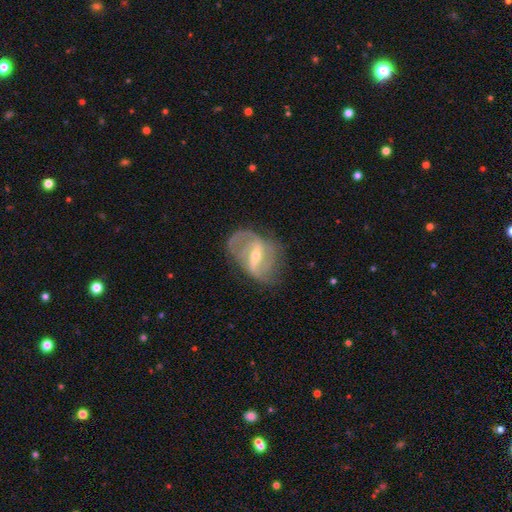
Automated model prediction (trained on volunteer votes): featured or disk 84%, smooth 9%, star or artifact 6%. Down the decision tree: edge-on disk — no (96%); bar — strong (46%); spiral arms — yes (90%); spiral arm count — 2 (68%); spiral winding — loose (44%); bulge size — small (49%); merging — none (59%).